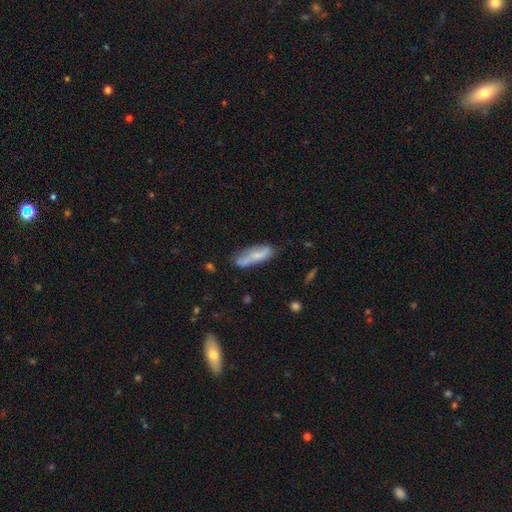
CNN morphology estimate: type=smooth (66%); roundness=cigar-shaped (52%); merging=none (60%).